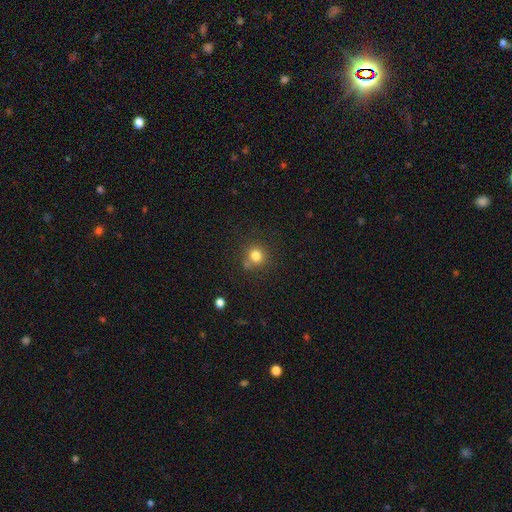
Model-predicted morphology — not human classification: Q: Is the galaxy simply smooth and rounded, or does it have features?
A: smooth — 80%.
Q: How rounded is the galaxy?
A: round — 89%.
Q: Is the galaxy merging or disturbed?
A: none — 72%.